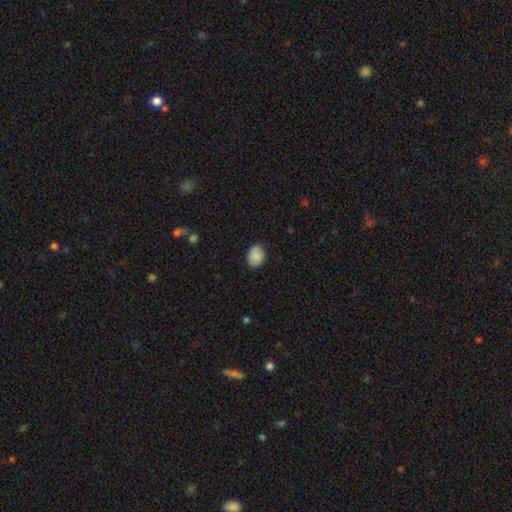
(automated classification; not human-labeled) Smooth or featured: smooth — 86% (star or artifact — 7%)
How rounded: in between — 57% (round — 42%)
Merging: none — 80% (minor disturbance — 16%)